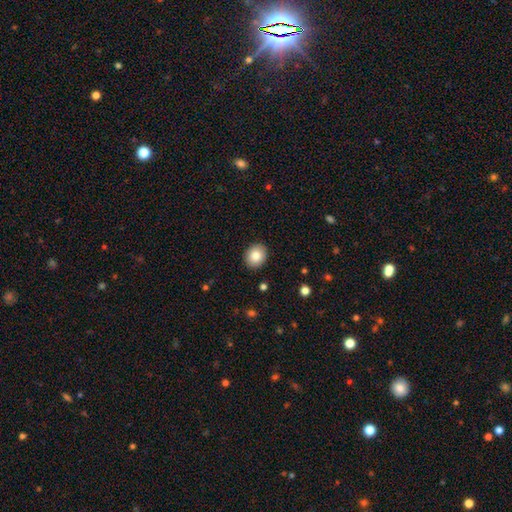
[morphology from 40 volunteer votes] A smooth galaxy with no disk features (88%) that is round (57%).

Vote fractions:
- Smooth or featured? smooth: 88% / star or artifact: 10% / featured or disk: 2%
- How rounded? round: 57% / in between: 43% / cigar-shaped: 0%
- Merging? none: 92% / minor disturbance: 8% / major disturbance: 0% / merger: 0%